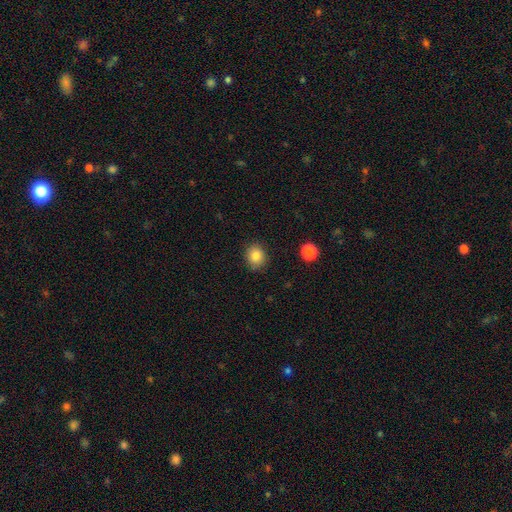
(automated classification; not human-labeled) smooth-or-featured: smooth: 84% | star or artifact: 10% | featured or disk: 6%
  how-rounded: round: 72% | in between: 28% | cigar-shaped: 1%
  merging: none: 87% | minor disturbance: 9% | major disturbance: 2% | merger: 1%